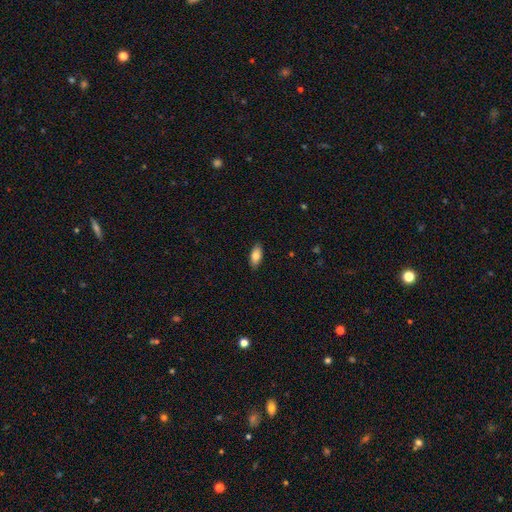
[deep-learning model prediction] This appears to be a smooth galaxy with no disk features (80%) that is in between round and cigar-shaped (89%). Merging: none (88%).